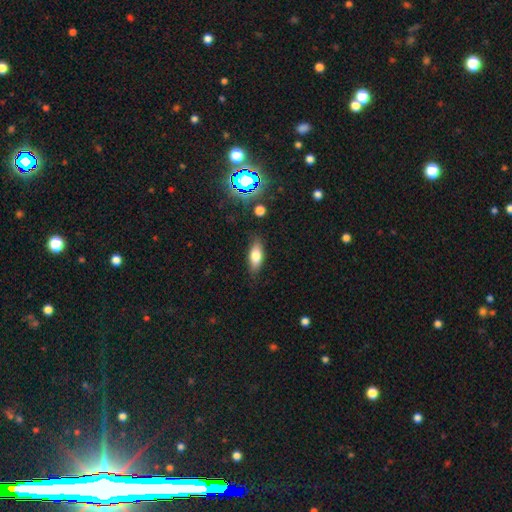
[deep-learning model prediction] A smooth galaxy with no disk features (74%) that is in between round and cigar-shaped (76%). Merging: none (82%).